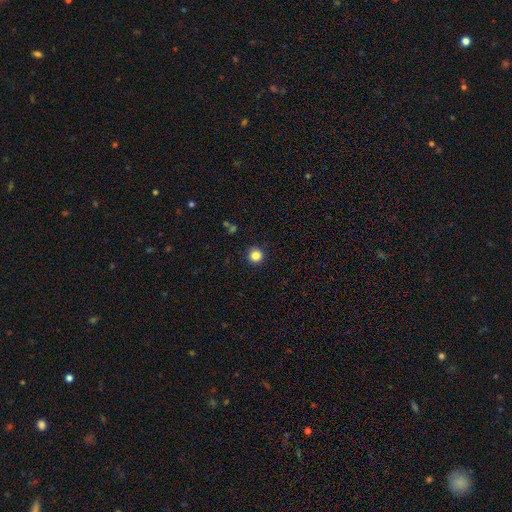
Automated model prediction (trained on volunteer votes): Smooth or featured?
  - smooth: 84% *
  - star or artifact: 12%
  - featured or disk: 5%
How rounded?
  - round: 95% *
  - in between: 4%
  - cigar-shaped: 1%
Merging?
  - none: 91% *
  - minor disturbance: 6%
  - major disturbance: 2%
  - merger: 1%